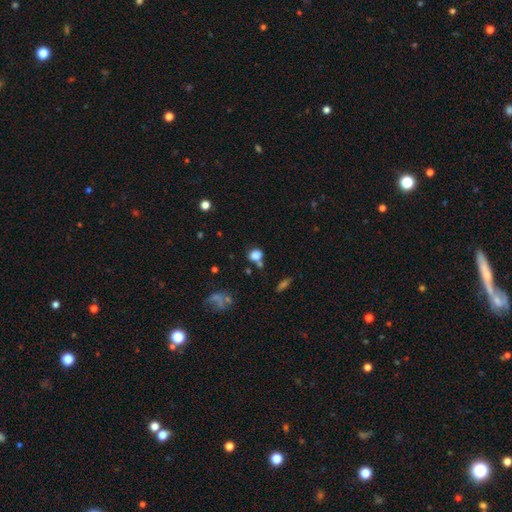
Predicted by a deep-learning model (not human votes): smooth_or_featured: smooth (p=0.79) [alt: star or artifact p=0.14]
how_rounded: round (p=0.57) [alt: in between p=0.41]
merging: none (p=0.51) [alt: merger p=0.23]